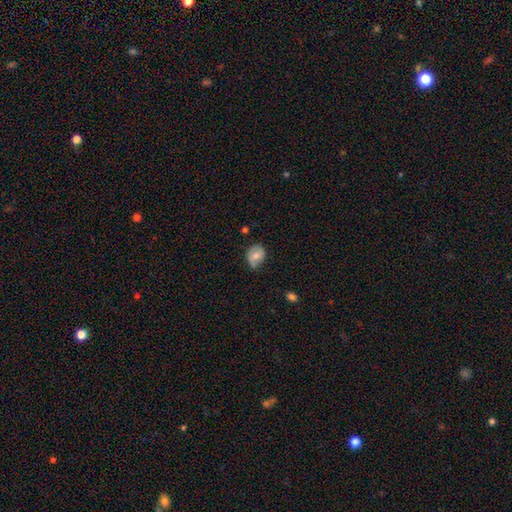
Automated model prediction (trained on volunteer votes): smooth 66%, featured or disk 26%, star or artifact 8%. Down the decision tree: how rounded — round (50%); merging — none (53%).